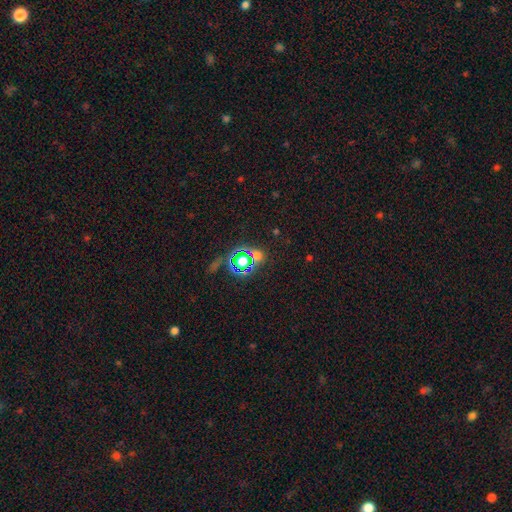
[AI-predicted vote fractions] Smooth or featured?
  - star or artifact: 56% *
  - smooth: 35%
  - featured or disk: 10%